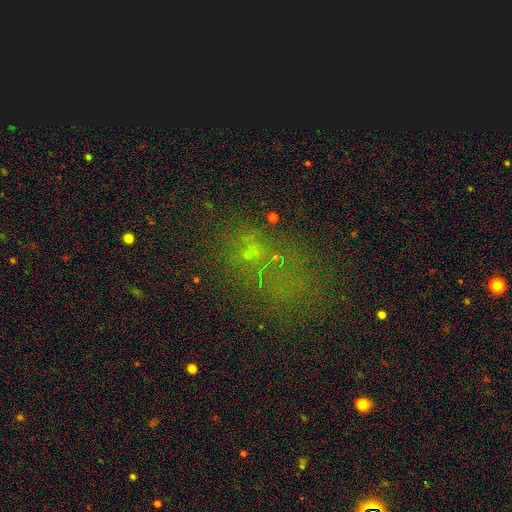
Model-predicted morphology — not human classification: type=star or artifact (48%).